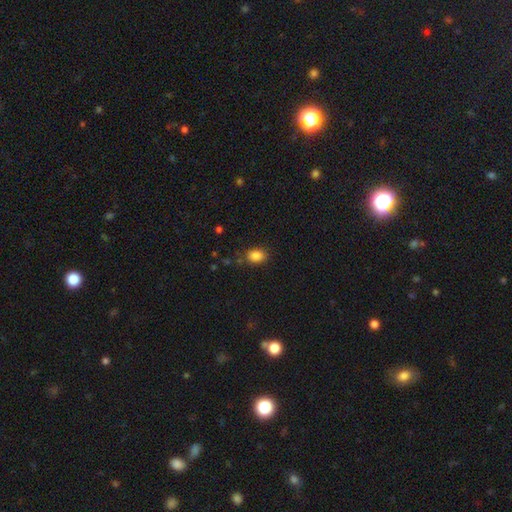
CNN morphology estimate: smooth_or_featured: smooth (p=0.86) [alt: star or artifact p=0.10]
how_rounded: in between (p=0.73) [alt: round p=0.25]
merging: none (p=0.80) [alt: minor disturbance p=0.14]